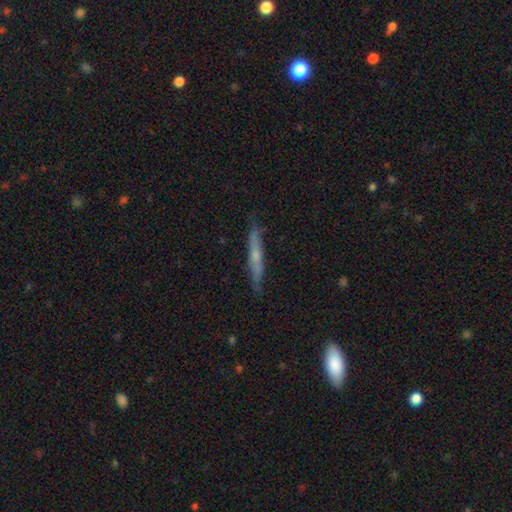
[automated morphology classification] smooth_or_featured: featured or disk (p=0.53) [alt: smooth p=0.41]
disk_edge_on: yes (p=0.93) [alt: no p=0.07]
merging: none (p=0.86) [alt: minor disturbance p=0.11]